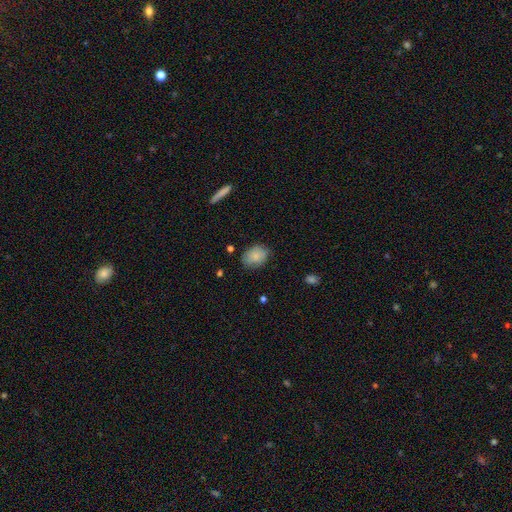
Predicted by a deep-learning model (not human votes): Q: Smooth or featured?
A: smooth (83%); runner-up: featured or disk (9%)
Q: How rounded?
A: in between (71%); runner-up: round (28%)
Q: Merging?
A: none (77%); runner-up: minor disturbance (18%)